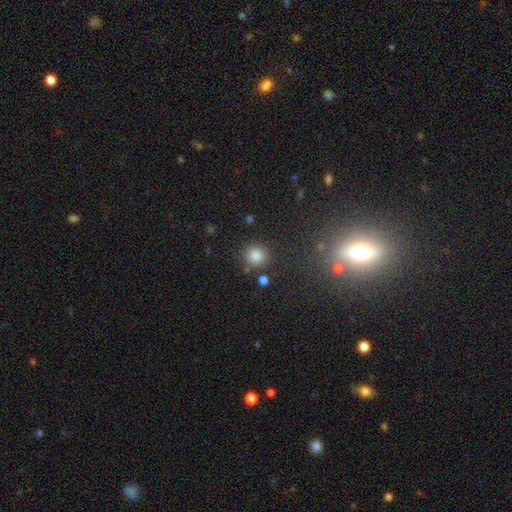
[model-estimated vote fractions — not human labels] Overall: smooth (83%). How rounded: round (87%). Merging: none (80%).